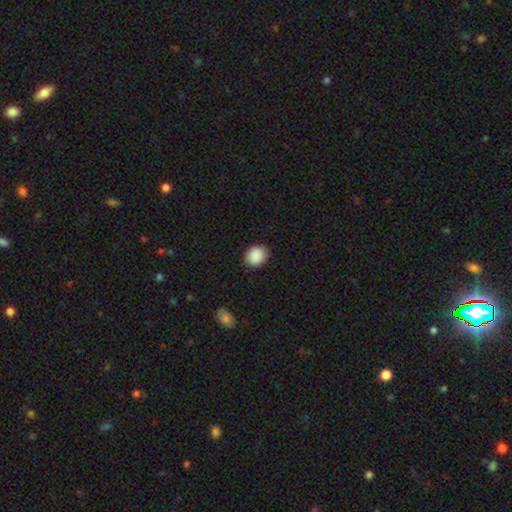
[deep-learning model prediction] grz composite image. It shows a smooth galaxy with no disk features (90%) that is round (65%). Merging: none (89%).